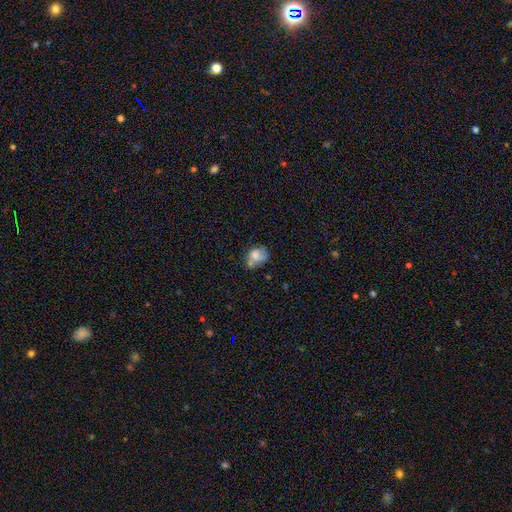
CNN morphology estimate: A smooth galaxy with no disk features (70%) that is in between round and cigar-shaped (50%).

Vote fractions:
- Smooth or featured? smooth: 70% / featured or disk: 20% / star or artifact: 10%
- How rounded? in between: 50% / round: 49% / cigar-shaped: 1%
- Merging? none: 32% / merger: 30% / minor disturbance: 26% / major disturbance: 13%